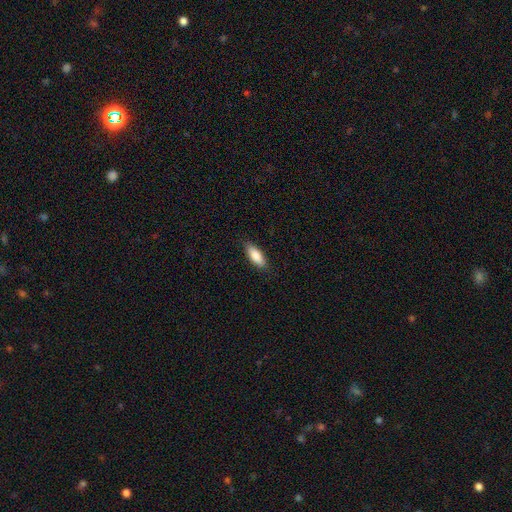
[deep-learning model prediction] Smooth or featured?
  - smooth: 85% *
  - featured or disk: 9%
  - star or artifact: 6%
How rounded?
  - in between: 71% *
  - cigar-shaped: 27%
  - round: 2%
Merging?
  - none: 86% *
  - minor disturbance: 11%
  - major disturbance: 2%
  - merger: 1%